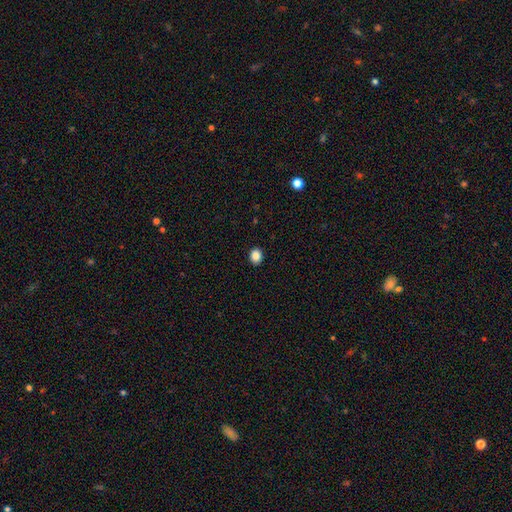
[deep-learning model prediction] smooth 87%, star or artifact 9%, featured or disk 4%. Down the decision tree: how rounded — round (59%); merging — none (92%).